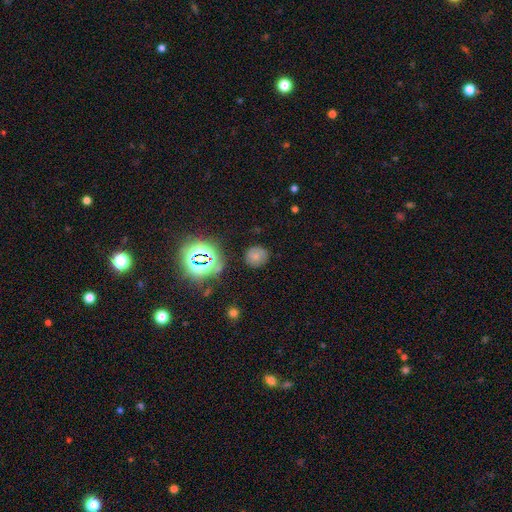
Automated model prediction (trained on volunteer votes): Smooth or featured? smooth (66%)
How rounded? round (86%)
Merging? none (82%)